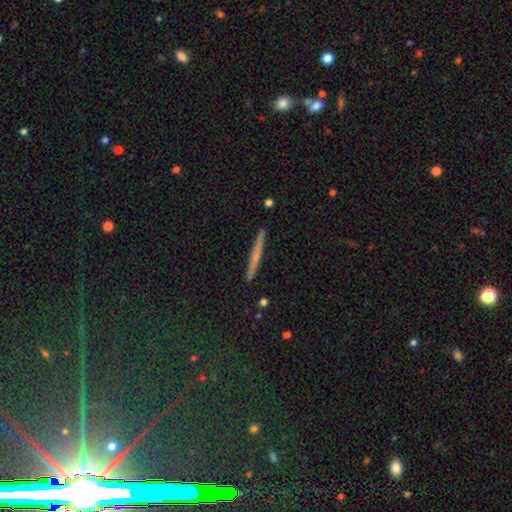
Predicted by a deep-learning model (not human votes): Overall: featured or disk (46%; smooth 45%). Merging: none (91%).